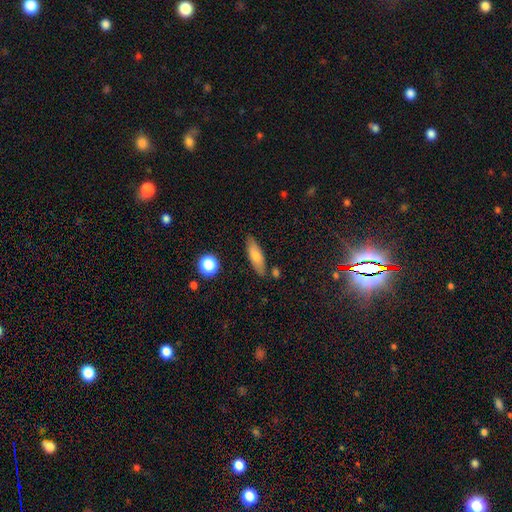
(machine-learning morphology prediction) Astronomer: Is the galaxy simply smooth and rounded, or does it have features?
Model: smooth — 72%.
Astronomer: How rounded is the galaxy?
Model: in between — 56% (runner-up: cigar-shaped, 41%).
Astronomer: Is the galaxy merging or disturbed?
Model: none — 80%.